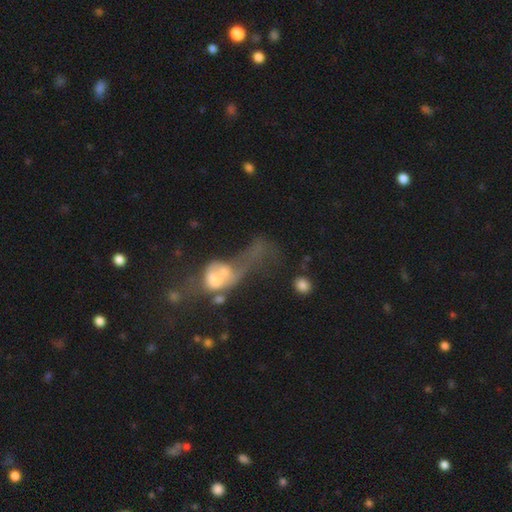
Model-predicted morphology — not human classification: Smooth or featured? featured or disk (42%)
Merging? major disturbance (39%)